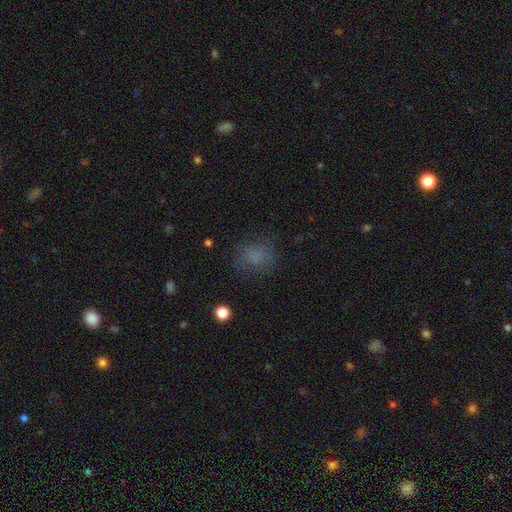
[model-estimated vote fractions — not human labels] A smooth galaxy with no disk features (70%) that is round (63%). Merging: none (69%).